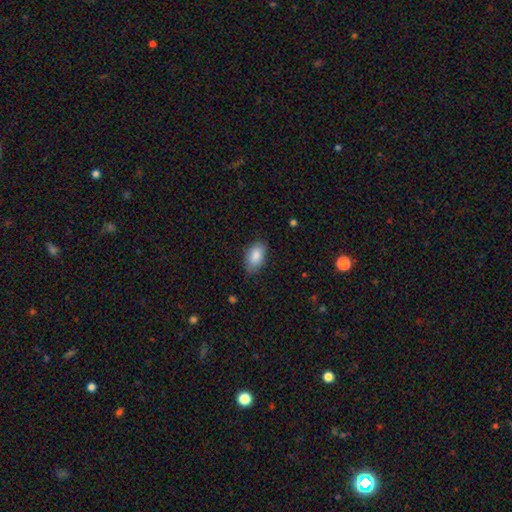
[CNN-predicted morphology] Smooth or featured?
  - smooth: 87% *
  - featured or disk: 7%
  - star or artifact: 6%
How rounded?
  - in between: 93% *
  - round: 4%
  - cigar-shaped: 2%
Merging?
  - none: 80% *
  - minor disturbance: 16%
  - major disturbance: 3%
  - merger: 1%